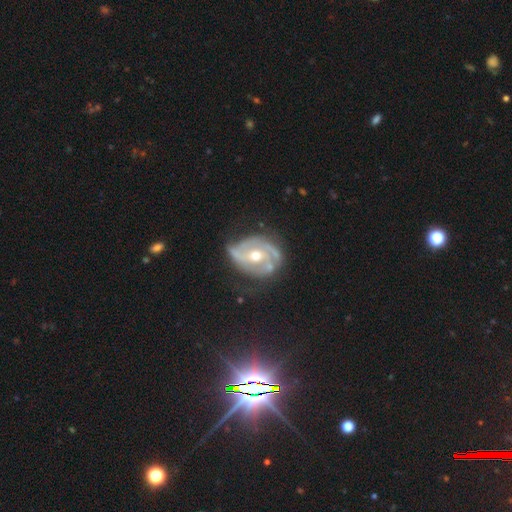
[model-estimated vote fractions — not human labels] Smooth or featured?
  - featured or disk: 87% *
  - smooth: 8%
  - star or artifact: 6%
Edge-on disk?
  - no: 97% *
  - yes: 3%
Bar?
  - no: 46% *
  - weak: 34%
  - strong: 20%
Spiral arms?
  - yes: 92% *
  - no: 8%
Spiral winding?
  - tight: 42% *
  - medium: 41%
  - loose: 17%
Spiral arm count?
  - 2: 51% *
  - 3: 22%
  - can't tell: 16%
  - 1: 5%
  - 4: 4%
  - more than 4: 3%
Bulge size?
  - moderate: 63% *
  - small: 33%
  - large: 2%
  - none: 1%
  - dominant: 1%
Merging?
  - none: 55% *
  - minor disturbance: 28%
  - major disturbance: 14%
  - merger: 3%